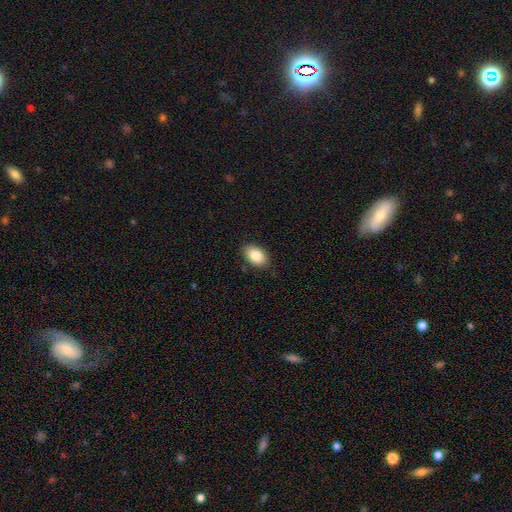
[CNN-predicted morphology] A smooth galaxy with no disk features (86%) that is in between round and cigar-shaped (91%).

Vote fractions:
- Smooth or featured? smooth: 86% / star or artifact: 7% / featured or disk: 7%
- How rounded? in between: 91% / round: 8% / cigar-shaped: 1%
- Merging? none: 86% / minor disturbance: 11% / major disturbance: 2% / merger: 1%